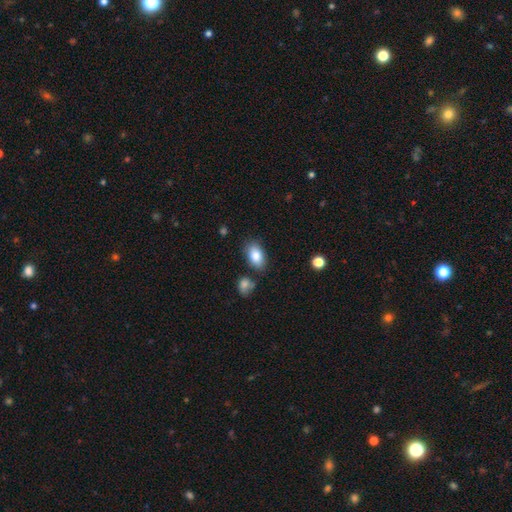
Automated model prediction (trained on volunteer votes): Smooth or featured: smooth — 85% (featured or disk — 8%)
How rounded: in between — 91% (round — 7%)
Merging: none — 76% (minor disturbance — 14%)